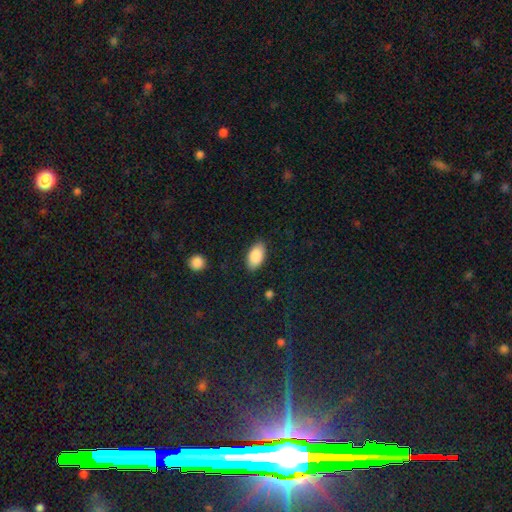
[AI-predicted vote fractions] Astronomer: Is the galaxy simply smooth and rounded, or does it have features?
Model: smooth — 88%.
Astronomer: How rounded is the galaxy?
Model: in between — 94%.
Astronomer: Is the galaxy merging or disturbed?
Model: none — 86%.